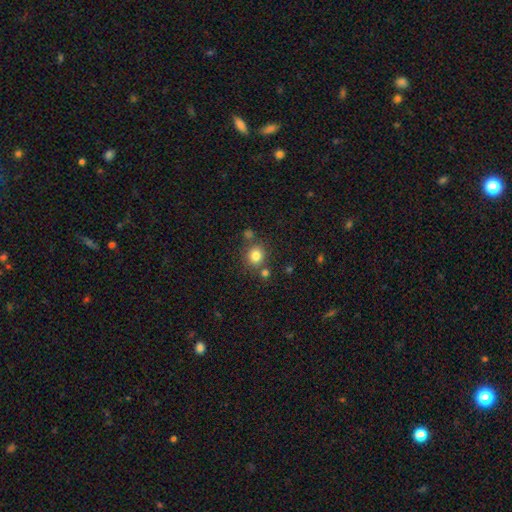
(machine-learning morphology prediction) smooth_or_featured: smooth (p=0.81) [alt: star or artifact p=0.12]
how_rounded: round (p=0.85) [alt: in between p=0.14]
merging: none (p=0.72) [alt: merger p=0.13]